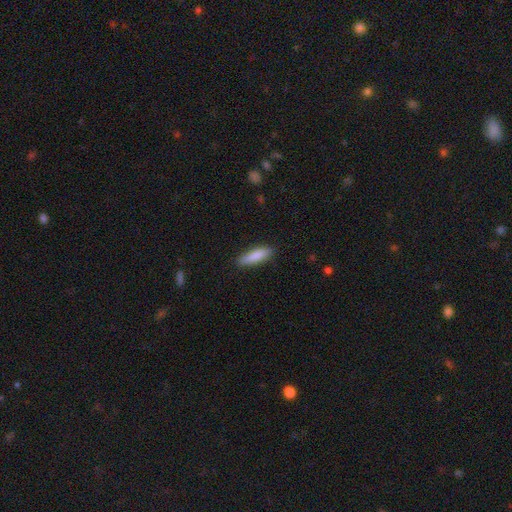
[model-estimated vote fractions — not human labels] The model was most divided on "how rounded": cigar-shaped: 61%, in between: 37%, round: 2%. More confident: smooth or featured — smooth (86%); merging — none (85%).